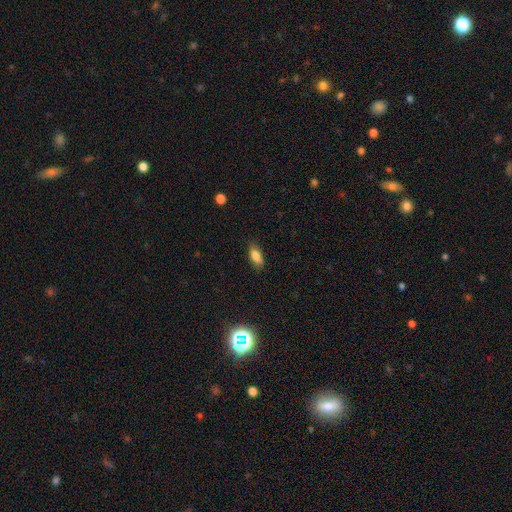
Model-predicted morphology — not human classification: type=smooth (80%); roundness=in between (82%); merging=none (83%).